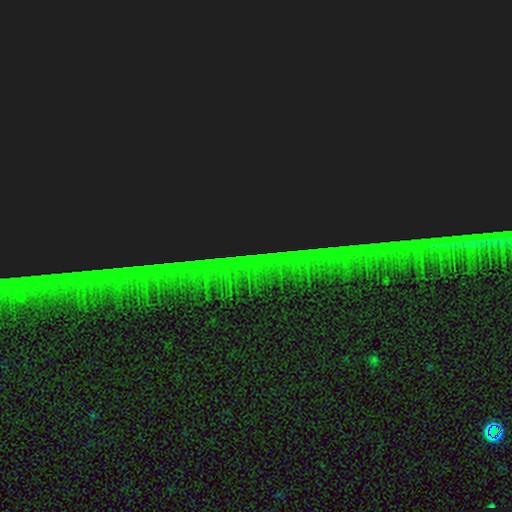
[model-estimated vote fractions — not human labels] star or artifact 84%, featured or disk 8%, smooth 8%.